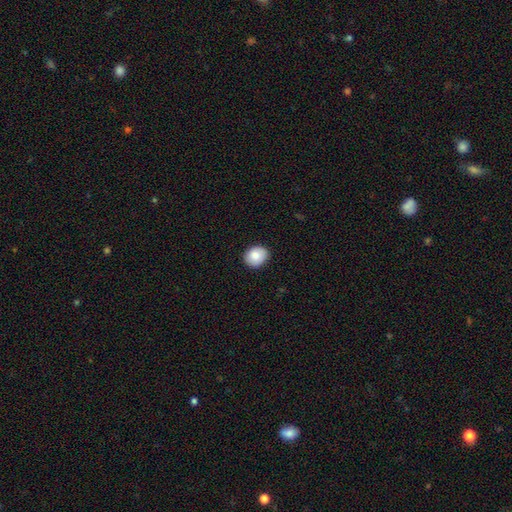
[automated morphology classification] Q: Smooth or featured?
A: smooth (86%); runner-up: star or artifact (7%)
Q: How rounded?
A: round (64%); runner-up: in between (36%)
Q: Merging?
A: none (88%); runner-up: minor disturbance (9%)